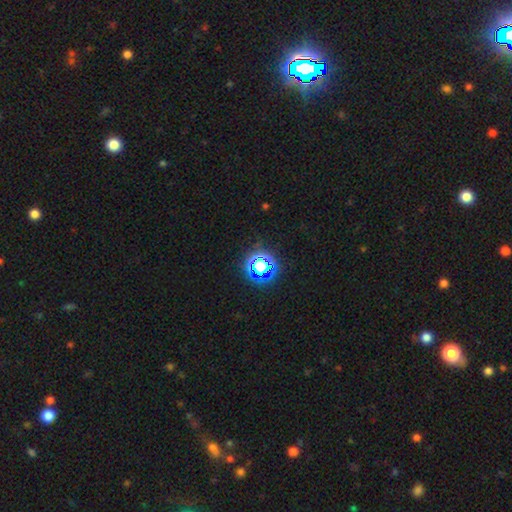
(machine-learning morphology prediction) Smooth or featured? star or artifact (79%)